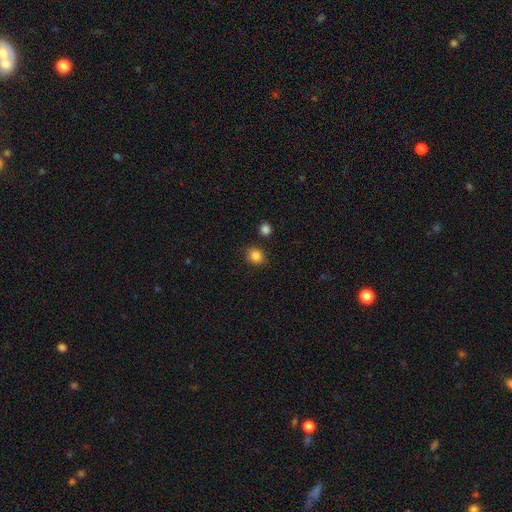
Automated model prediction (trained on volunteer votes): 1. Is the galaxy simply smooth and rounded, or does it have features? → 85% smooth, 11% star or artifact, 4% featured or disk.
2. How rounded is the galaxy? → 66% round, 33% in between, 1% cigar-shaped.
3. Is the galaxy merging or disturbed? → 81% none, 12% minor disturbance, 4% merger, 3% major disturbance.